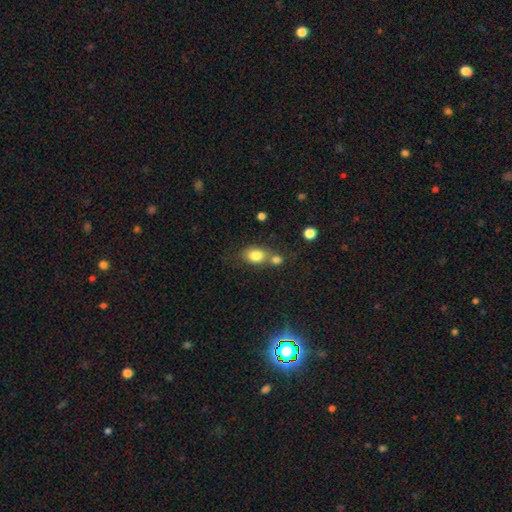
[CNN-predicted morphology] Smooth or featured? Predicted: smooth (p=0.81). How rounded? Predicted: in between (p=0.60). Merging? Predicted: none (p=0.48).